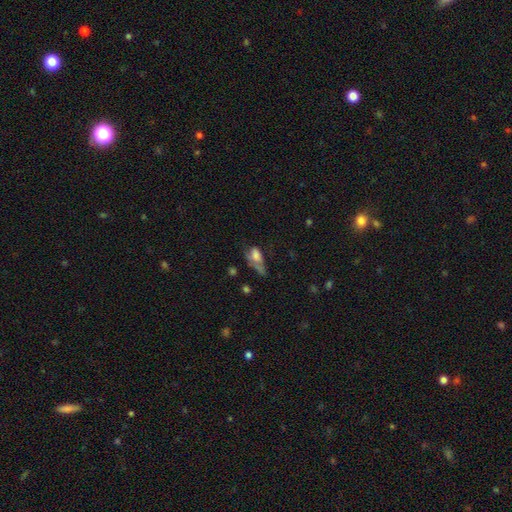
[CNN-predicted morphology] Q: Smooth or featured?
A: smooth (62%); runner-up: featured or disk (25%)
Q: How rounded?
A: in between (81%); runner-up: round (10%)
Q: Merging?
A: major disturbance (44%); runner-up: minor disturbance (24%)